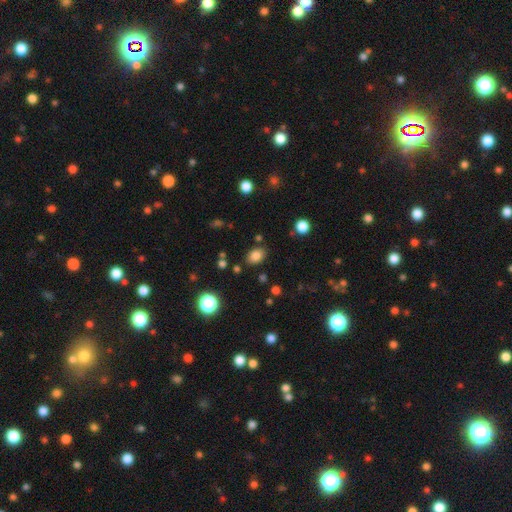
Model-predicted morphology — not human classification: Overall: smooth (82%). How rounded: in between (75%). Merging: none (83%).